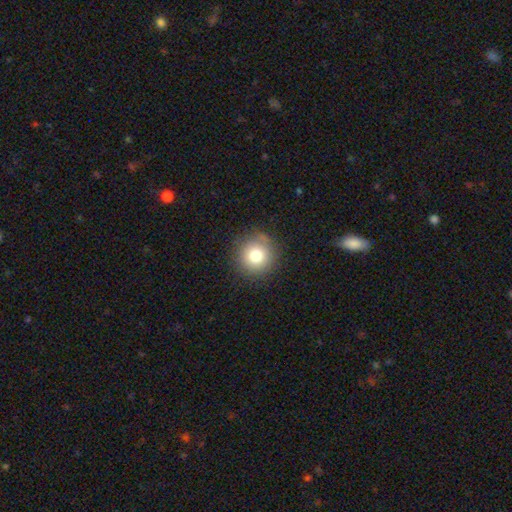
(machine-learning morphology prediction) Overall: smooth (78%). How rounded: round (94%). Merging: none (86%).